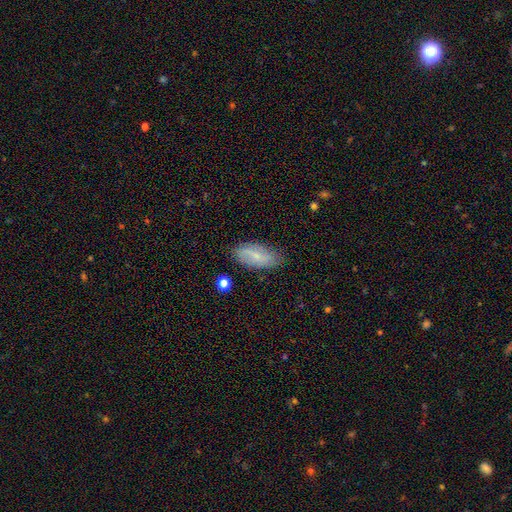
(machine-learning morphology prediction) A smooth galaxy with no disk features (58%) that is in between round and cigar-shaped (87%). Merging: none (79%).